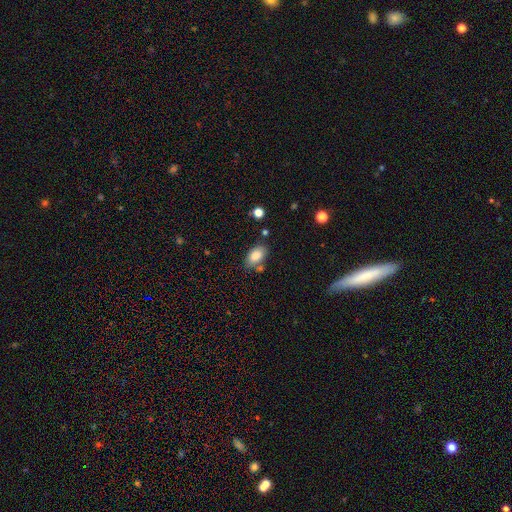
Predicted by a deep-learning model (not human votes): Smooth or featured?
  - smooth: 85% *
  - star or artifact: 8%
  - featured or disk: 8%
How rounded?
  - in between: 92% *
  - round: 6%
  - cigar-shaped: 2%
Merging?
  - none: 70% *
  - minor disturbance: 16%
  - merger: 9%
  - major disturbance: 4%